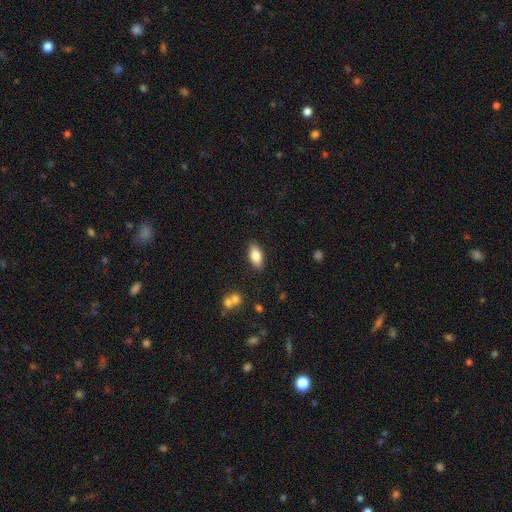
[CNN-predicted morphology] Smooth or featured? Predicted: smooth (p=0.80). How rounded? Predicted: in between (p=0.87). Merging? Predicted: none (p=0.87).